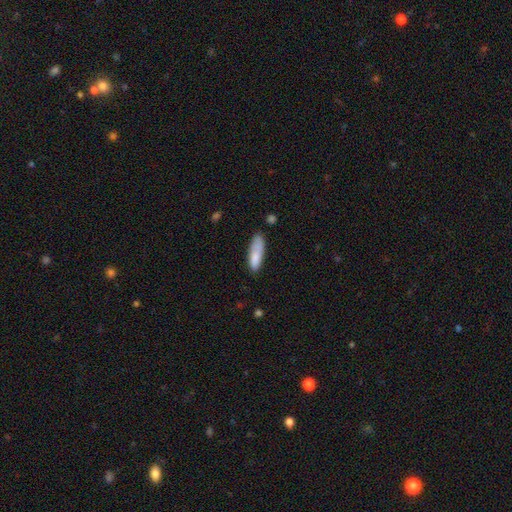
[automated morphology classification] smooth-or-featured: smooth: 83% | featured or disk: 10% | star or artifact: 7%
  how-rounded: in between: 50% | cigar-shaped: 49% | round: 2%
  merging: none: 58% | minor disturbance: 29% | major disturbance: 8% | merger: 4%